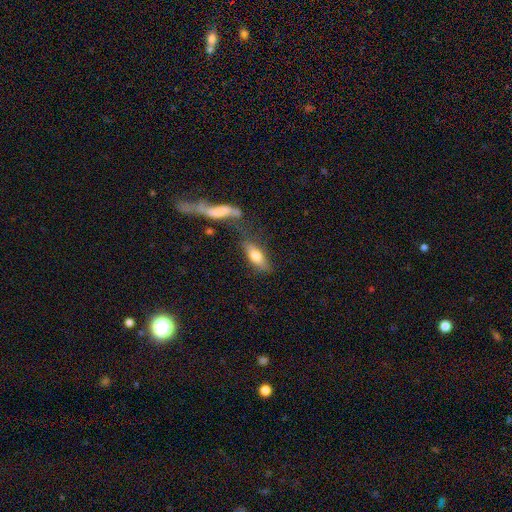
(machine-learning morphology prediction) smooth-or-featured: smooth: 69% | featured or disk: 24% | star or artifact: 7%
  how-rounded: in between: 65% | cigar-shaped: 31% | round: 3%
  merging: none: 61% | minor disturbance: 17% | merger: 15% | major disturbance: 7%